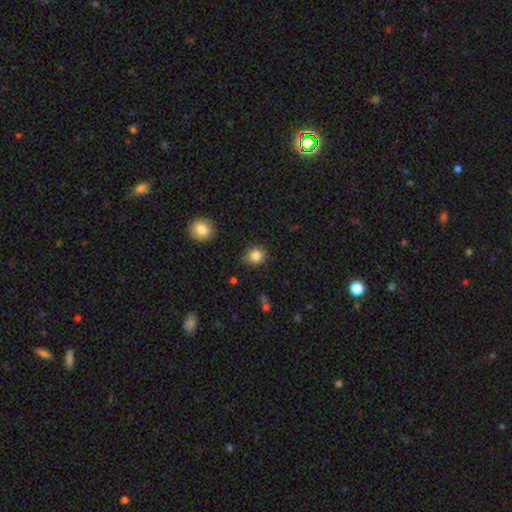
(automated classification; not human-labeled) Smooth or featured? smooth (84%)
How rounded? round (77%)
Merging? none (76%)